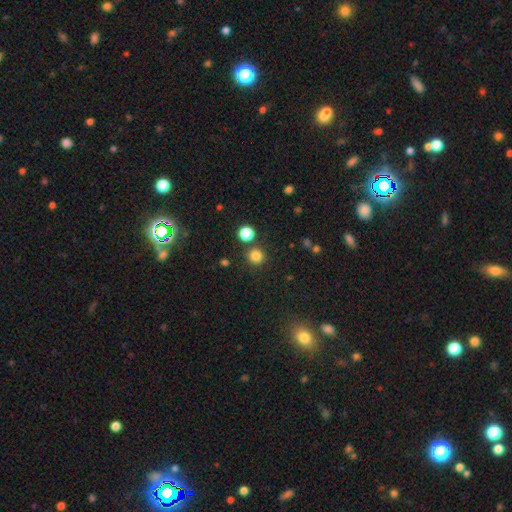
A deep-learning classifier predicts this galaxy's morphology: Overall: smooth (81%). How rounded: round (93%). Merging: none (84%).